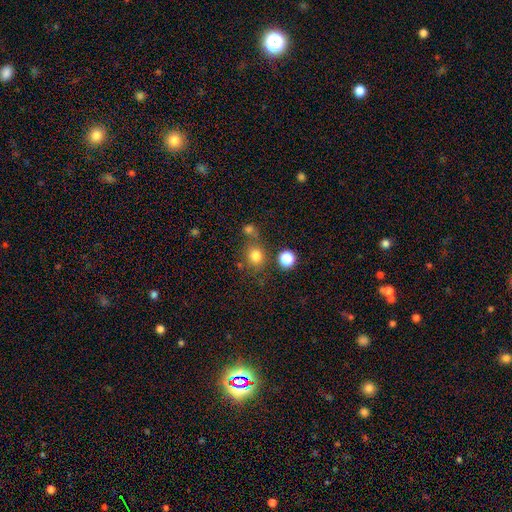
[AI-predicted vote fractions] The model was most divided on "merging": none: 68%, merger: 16%, minor disturbance: 11%, major disturbance: 5%. More confident: how rounded — round (83%); smooth or featured — smooth (79%).